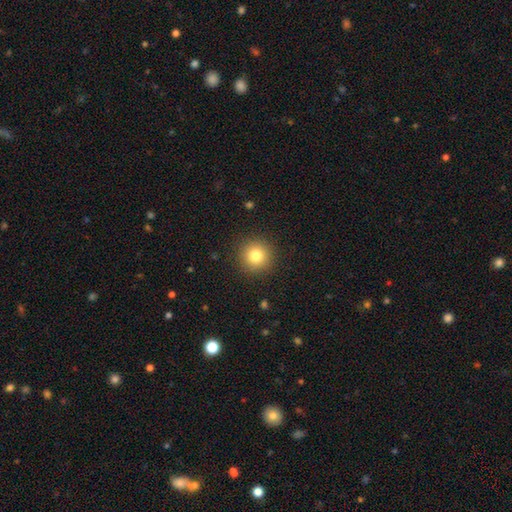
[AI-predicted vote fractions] Overall: smooth (81%). How rounded: round (95%). Merging: none (91%).